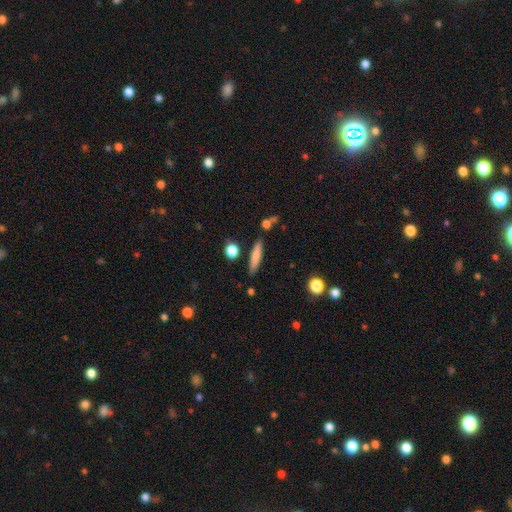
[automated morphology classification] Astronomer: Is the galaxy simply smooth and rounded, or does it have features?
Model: smooth — 75%.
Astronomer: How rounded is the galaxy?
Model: cigar-shaped — 86%.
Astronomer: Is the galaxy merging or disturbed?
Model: none — 83%.